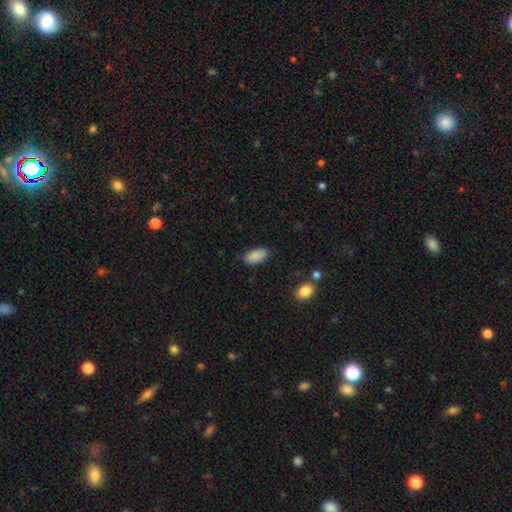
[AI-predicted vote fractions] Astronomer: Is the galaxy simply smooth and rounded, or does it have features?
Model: smooth — 89%.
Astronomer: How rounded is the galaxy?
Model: in between — 92%.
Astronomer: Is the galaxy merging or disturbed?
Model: none — 85%.